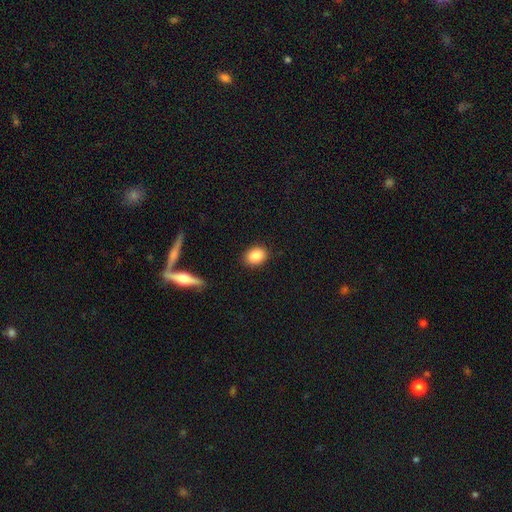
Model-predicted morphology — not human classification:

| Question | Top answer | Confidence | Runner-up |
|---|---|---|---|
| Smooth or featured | smooth | 86% | star or artifact (8%) |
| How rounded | in between | 66% | round (33%) |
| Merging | none | 88% | minor disturbance (9%) |